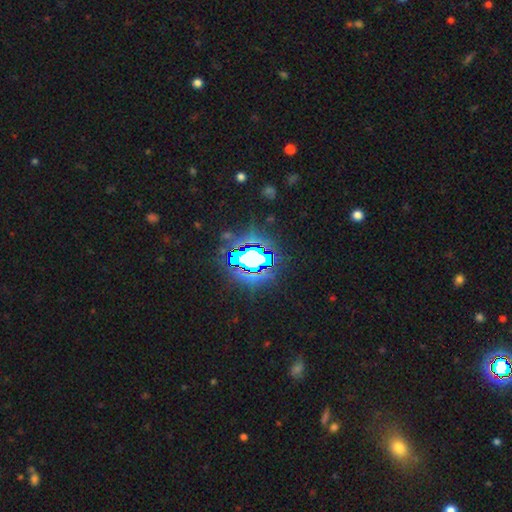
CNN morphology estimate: Overall: star or artifact (73%).